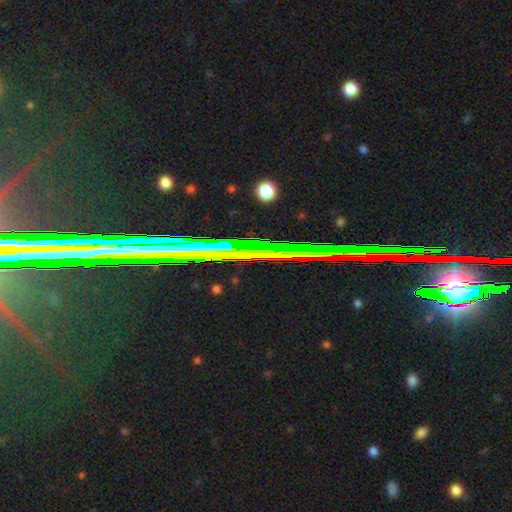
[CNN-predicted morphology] smooth_or_featured: star or artifact (p=0.70) [alt: featured or disk p=0.20]